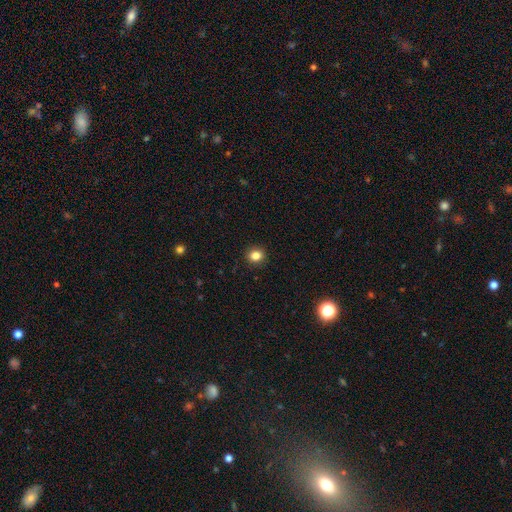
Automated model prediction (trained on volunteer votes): smooth-or-featured: smooth: 83% | star or artifact: 12% | featured or disk: 5%
  how-rounded: round: 78% | in between: 21% | cigar-shaped: 1%
  merging: none: 91% | minor disturbance: 6% | major disturbance: 2% | merger: 1%